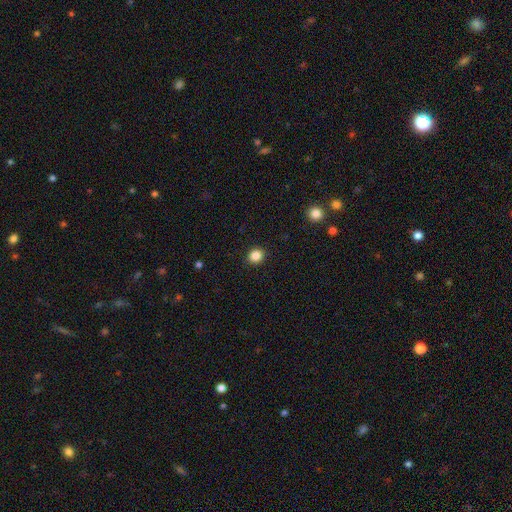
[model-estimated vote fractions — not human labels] The model was most divided on "how rounded": round: 77%, in between: 22%, cigar-shaped: 1%. More confident: merging — none (92%); smooth or featured — smooth (87%).